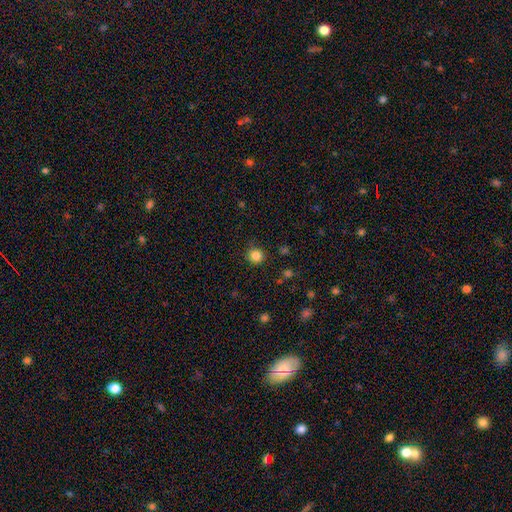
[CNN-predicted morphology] Smooth or featured?
  - smooth: 85% *
  - star or artifact: 12%
  - featured or disk: 4%
How rounded?
  - round: 91% *
  - in between: 8%
  - cigar-shaped: 1%
Merging?
  - none: 85% *
  - minor disturbance: 10%
  - major disturbance: 3%
  - merger: 2%